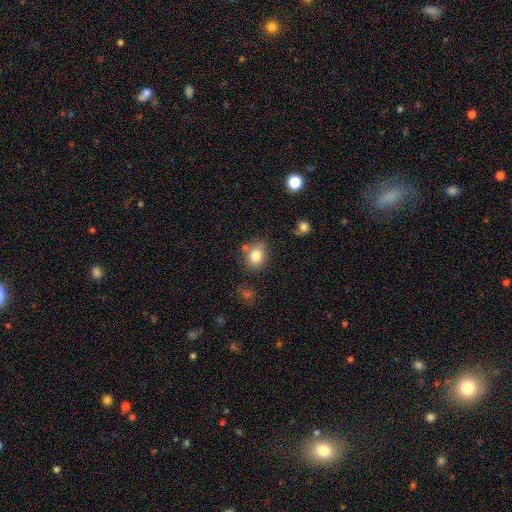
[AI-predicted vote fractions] This is clearly a smooth galaxy (82%). How rounded: possibly round (54%). Merging: likely none (72%).